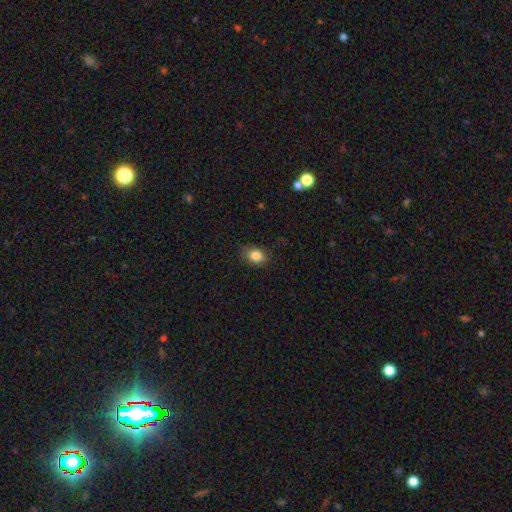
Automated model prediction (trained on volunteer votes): Morphology: type=smooth (84%); roundness=in between (69%); merging=none (80%).